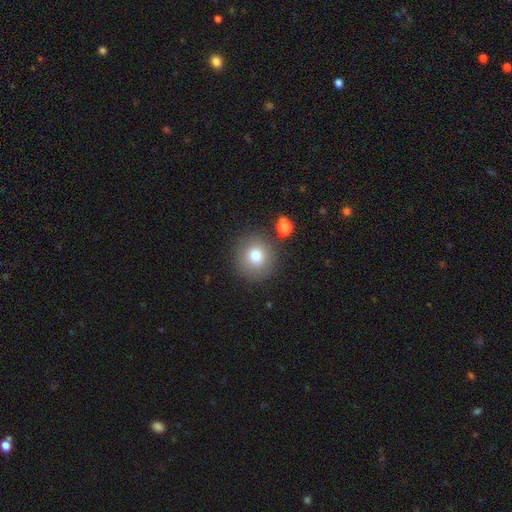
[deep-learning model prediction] This appears to be a smooth galaxy with no disk features (79%) that is round (91%). Merging: none (84%).